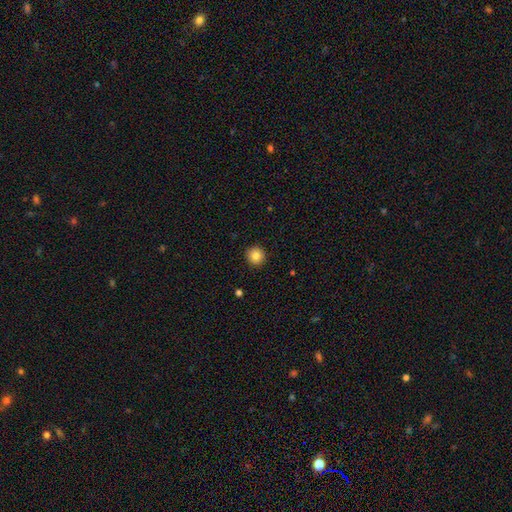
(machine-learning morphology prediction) This is clearly a smooth galaxy (83%). How rounded: clearly round (96%). Merging: clearly none (93%).